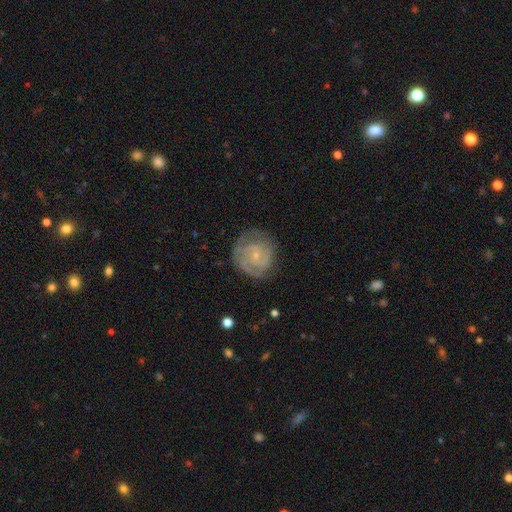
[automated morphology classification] A featured or disk galaxy (77%) with no bar (71%), 2 (43%) tight (63%) spiral arms (91%) and a small central bulge (79%).

Vote fractions:
- Smooth or featured? featured or disk: 77% / smooth: 17% / star or artifact: 6%
- Edge-on disk? no: 98% / yes: 2%
- Bar? no: 71% / weak: 25% / strong: 4%
- Spiral arms? yes: 91% / no: 9%
- Spiral winding? tight: 63% / medium: 30% / loose: 7%
- Spiral arm count? 2: 43% / can't tell: 26% / 3: 17% / 1: 5% / 4: 5% / more than 4: 4%
- Bulge size? small: 79% / moderate: 15% / none: 4% / large: 1% / dominant: 1%
- Merging? none: 70% / minor disturbance: 20% / major disturbance: 9% / merger: 1%